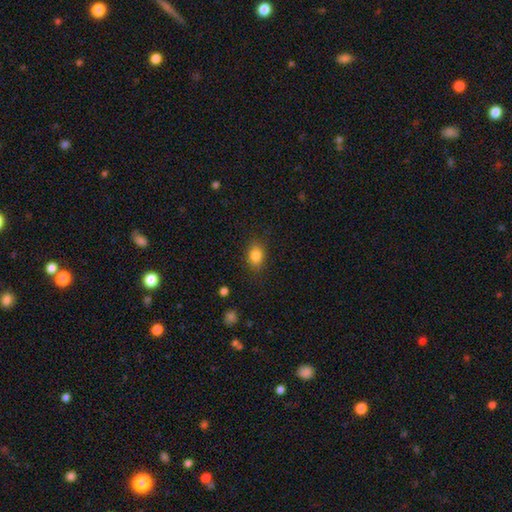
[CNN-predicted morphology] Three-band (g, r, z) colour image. It shows a smooth galaxy with no disk features (84%) that is in between round and cigar-shaped (70%). Merging: none (84%).